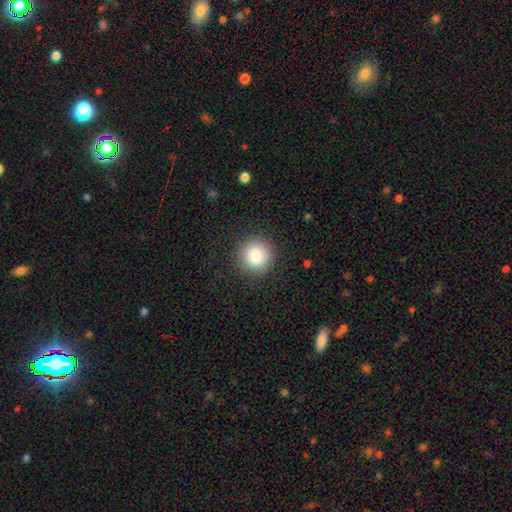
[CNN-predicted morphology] smooth_or_featured: smooth (p=0.86) [alt: star or artifact p=0.09]
how_rounded: round (p=0.95) [alt: in between p=0.04]
merging: none (p=0.89) [alt: minor disturbance p=0.07]